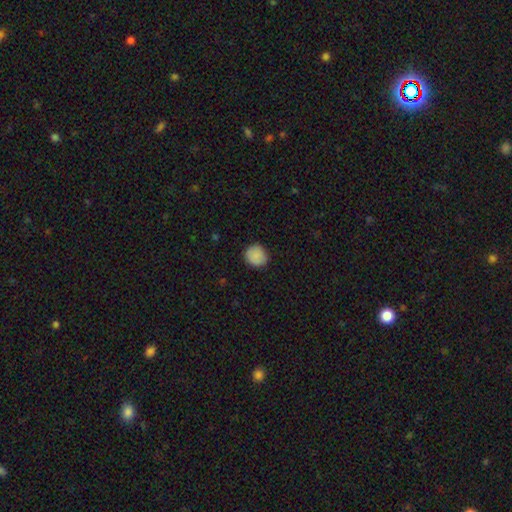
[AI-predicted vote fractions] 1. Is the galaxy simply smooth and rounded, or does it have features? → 88% smooth, 8% star or artifact, 4% featured or disk.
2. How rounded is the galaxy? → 88% round, 11% in between, 1% cigar-shaped.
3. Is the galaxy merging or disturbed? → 86% none, 10% minor disturbance, 2% major disturbance, 1% merger.